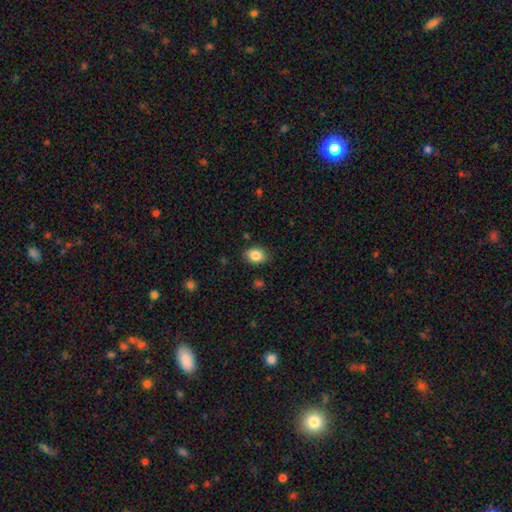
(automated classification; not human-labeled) This is clearly a smooth galaxy (86%). How rounded: likely in between (68%). Merging: clearly none (85%).